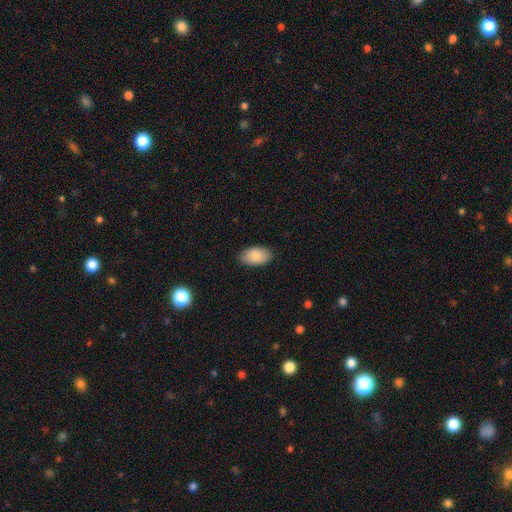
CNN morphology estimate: Smooth or featured? Predicted: smooth (p=0.86). How rounded? Predicted: in between (p=0.94). Merging? Predicted: none (p=0.87).